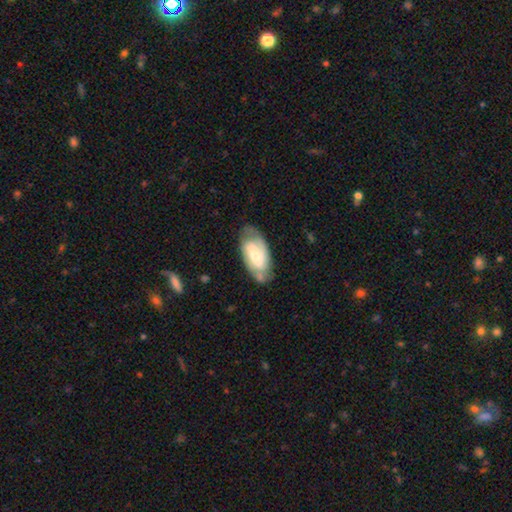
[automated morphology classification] smooth-or-featured: featured or disk: 65% | smooth: 29% | star or artifact: 5%
  disk-edge-on: no: 93% | yes: 7%
    bar: weak: 43% | no: 30% | strong: 26%
    has-spiral-arms: yes: 81% | no: 19%
    bulge-size: moderate: 49% | small: 42% | large: 6% | none: 2% | dominant: 1%
  merging: none: 67% | minor disturbance: 22% | major disturbance: 7% | merger: 3%